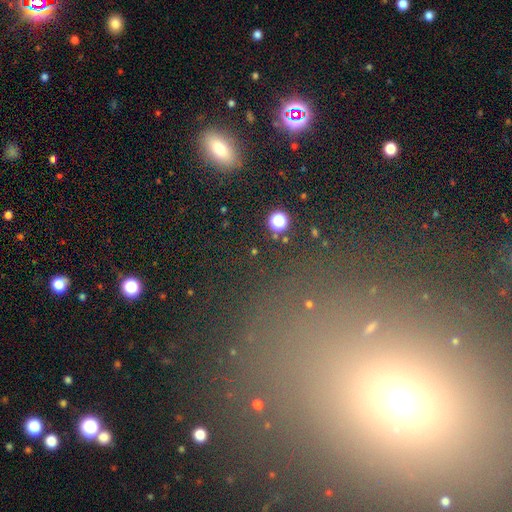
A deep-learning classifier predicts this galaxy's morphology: Overall: smooth (44%; star or artifact 41%). Merging: none (82%).